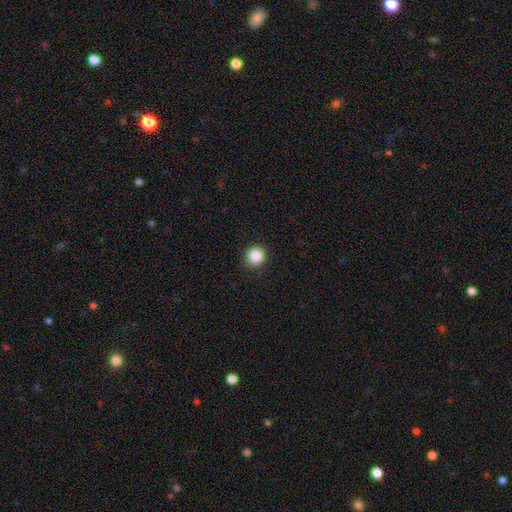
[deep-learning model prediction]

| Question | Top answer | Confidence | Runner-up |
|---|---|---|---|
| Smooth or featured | smooth | 87% | star or artifact (10%) |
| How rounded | round | 94% | in between (5%) |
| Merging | none | 92% | minor disturbance (6%) |